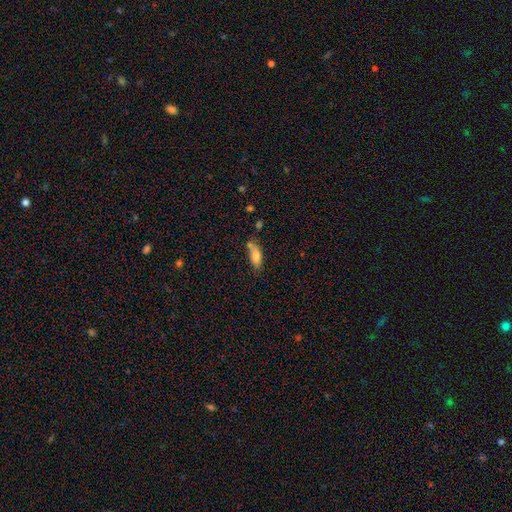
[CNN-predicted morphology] The model was most divided on "merging": none: 47%, minor disturbance: 23%, merger: 23%, major disturbance: 7%. More confident: smooth or featured — smooth (77%); how rounded — in between (73%).